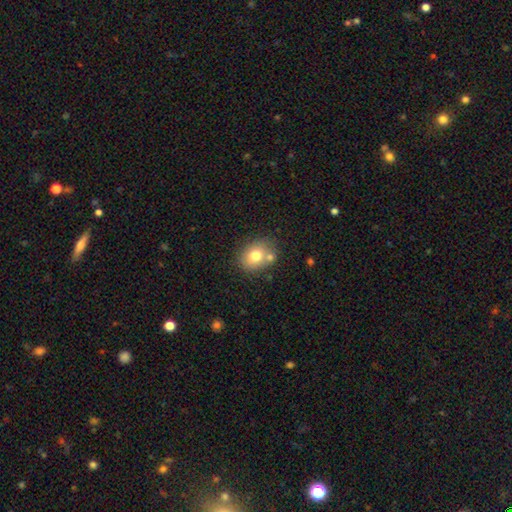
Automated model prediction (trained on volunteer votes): This is likely a smooth galaxy (74%). How rounded: possibly in between (51%). Merging: likely none (62%).